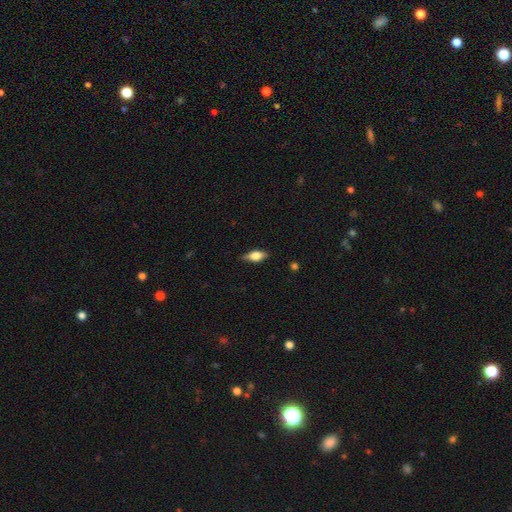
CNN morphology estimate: smooth 58%, featured or disk 35%, star or artifact 7%. Down the decision tree: how rounded — in between (78%); merging — none (82%).